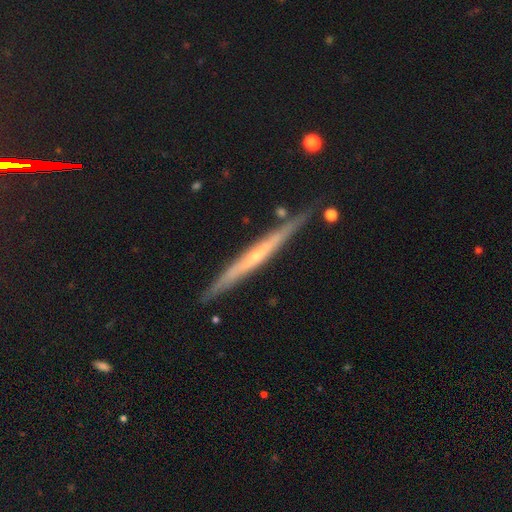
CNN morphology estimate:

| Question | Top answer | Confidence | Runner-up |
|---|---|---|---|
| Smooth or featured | featured or disk | 70% | smooth (24%) |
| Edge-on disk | yes | 96% | no (4%) |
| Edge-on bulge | none | 60% | rounded (36%) |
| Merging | none | 85% | minor disturbance (11%) |